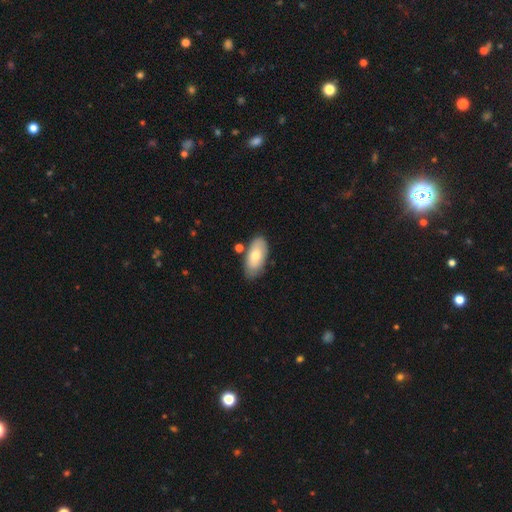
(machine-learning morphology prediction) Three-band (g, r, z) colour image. It shows a smooth galaxy with no disk features (69%) that is in between round and cigar-shaped (93%). Merging: none (73%).